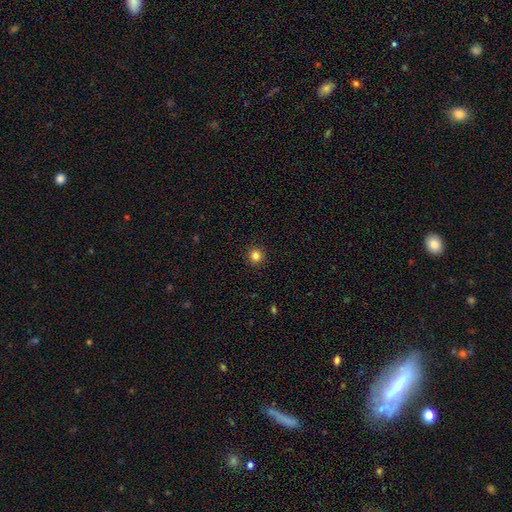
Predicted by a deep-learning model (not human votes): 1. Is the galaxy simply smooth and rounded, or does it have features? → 83% smooth, 12% star or artifact, 5% featured or disk.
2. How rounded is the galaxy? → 93% round, 6% in between, 1% cigar-shaped.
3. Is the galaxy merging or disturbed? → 92% none, 5% minor disturbance, 2% major disturbance, 1% merger.